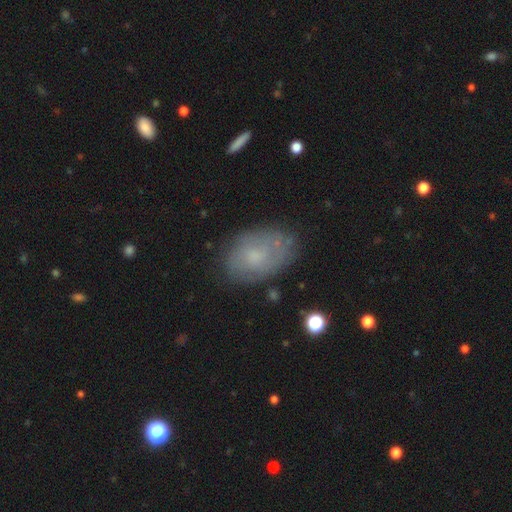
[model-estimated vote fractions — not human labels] This is possibly a smooth galaxy (51%). How rounded: clearly in between (88%). Merging: likely none (71%).